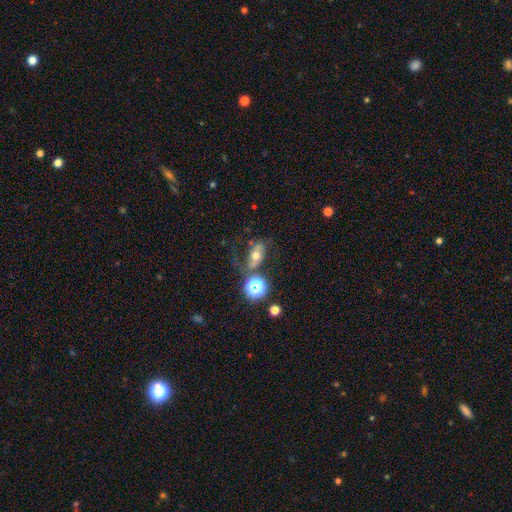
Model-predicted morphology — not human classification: A smooth galaxy with no disk features (42%). Merging: none (52%).